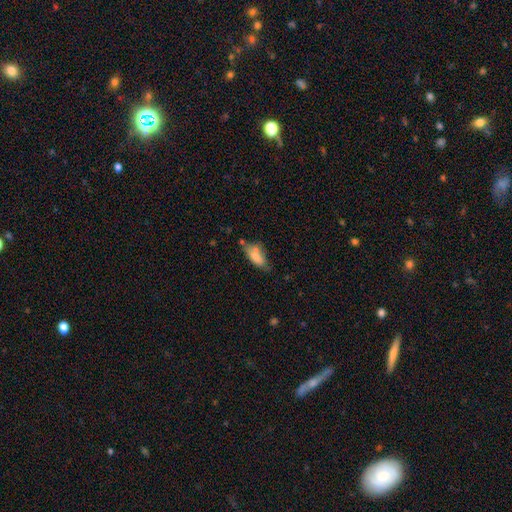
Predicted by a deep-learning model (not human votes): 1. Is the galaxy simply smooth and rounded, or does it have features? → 76% smooth, 16% featured or disk, 8% star or artifact.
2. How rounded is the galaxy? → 81% in between, 16% cigar-shaped, 3% round.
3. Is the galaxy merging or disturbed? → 47% none, 28% minor disturbance, 15% merger, 9% major disturbance.